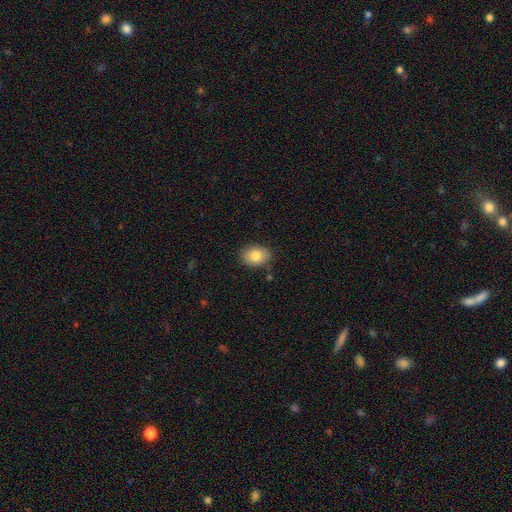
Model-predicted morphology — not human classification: Smooth or featured? Predicted: smooth (p=0.84). How rounded? Predicted: in between (p=0.75). Merging? Predicted: none (p=0.84).